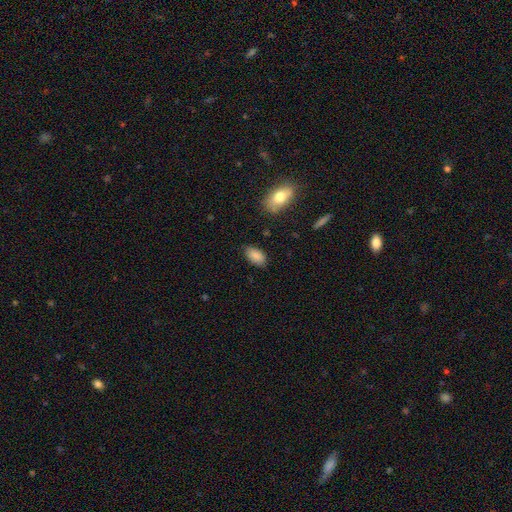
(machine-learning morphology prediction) This appears to be a smooth galaxy with no disk features (87%) that is in between round and cigar-shaped (94%). Merging: none (82%).